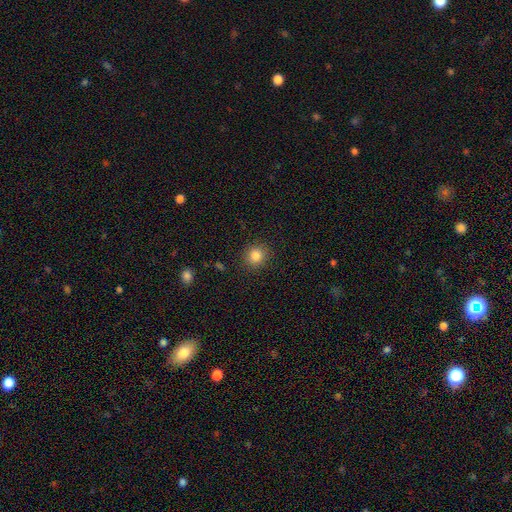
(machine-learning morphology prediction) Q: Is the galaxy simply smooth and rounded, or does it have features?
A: smooth — 84%.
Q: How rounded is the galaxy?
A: round — 87%.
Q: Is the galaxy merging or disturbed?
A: none — 89%.